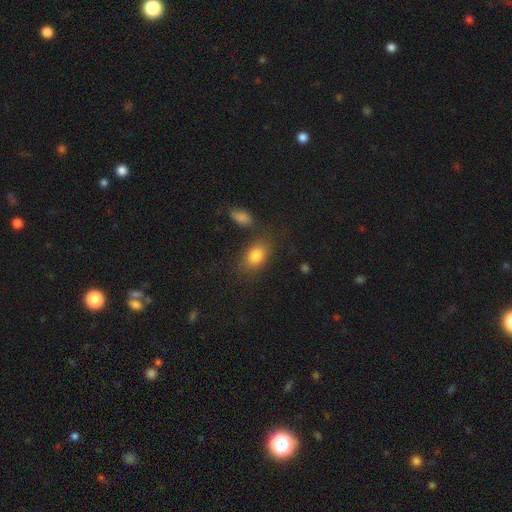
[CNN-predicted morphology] Smooth or featured: smooth — 82% (star or artifact — 10%)
How rounded: in between — 77% (round — 21%)
Merging: none — 74% (minor disturbance — 14%)